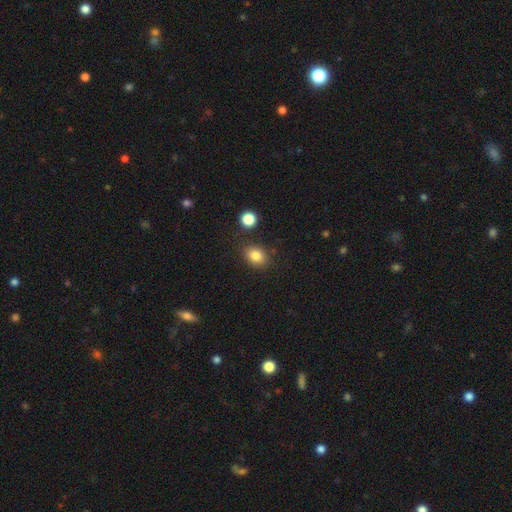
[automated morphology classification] Smooth or featured: smooth — 84% (star or artifact — 10%)
How rounded: in between — 59% (round — 39%)
Merging: none — 80% (minor disturbance — 12%)